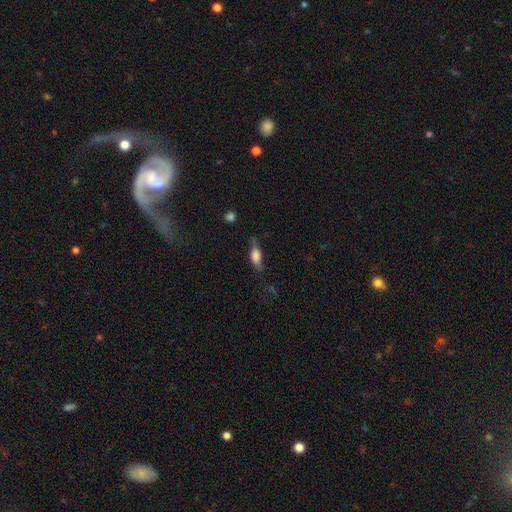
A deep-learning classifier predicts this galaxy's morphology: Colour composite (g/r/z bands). It shows a smooth galaxy with no disk features (62%) that is in between round and cigar-shaped (71%). Merging: none (54%).